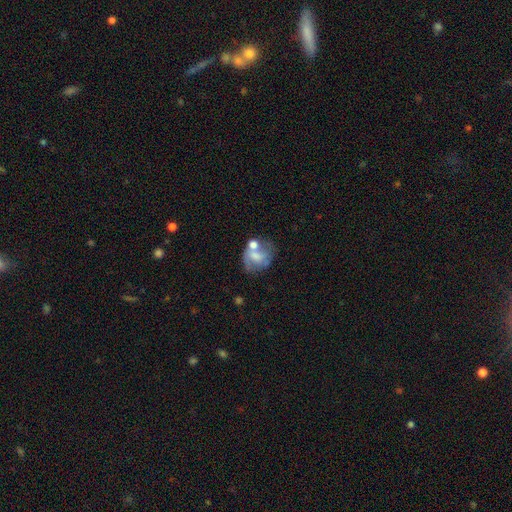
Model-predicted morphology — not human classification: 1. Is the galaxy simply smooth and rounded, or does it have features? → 47% smooth, 44% featured or disk, 9% star or artifact.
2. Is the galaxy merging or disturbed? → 34% none, 30% merger, 19% minor disturbance, 17% major disturbance.